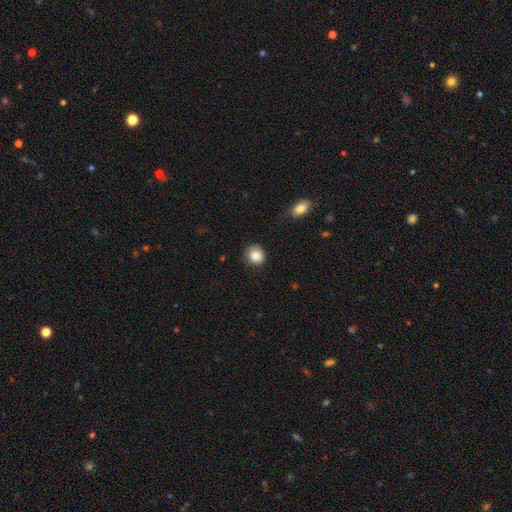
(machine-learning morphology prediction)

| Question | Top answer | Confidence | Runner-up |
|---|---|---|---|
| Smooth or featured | smooth | 86% | star or artifact (9%) |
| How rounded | round | 84% | in between (15%) |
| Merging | none | 80% | minor disturbance (15%) |